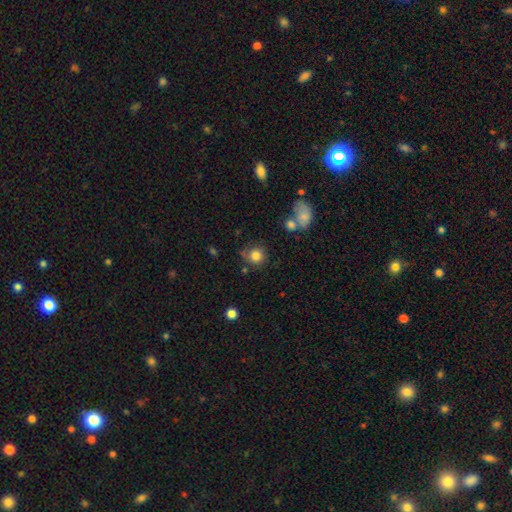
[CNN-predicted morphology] type=smooth (81%); roundness=round (87%); merging=none (67%).